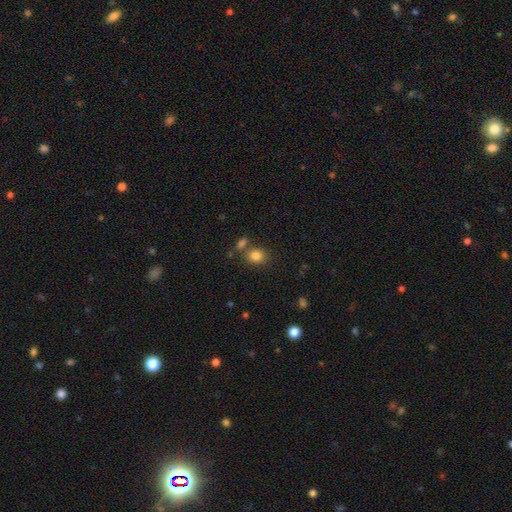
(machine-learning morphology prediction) A smooth galaxy with no disk features (84%) that is round (55%).

Vote fractions:
- Smooth or featured? smooth: 84% / star or artifact: 10% / featured or disk: 6%
- How rounded? round: 55% / in between: 44% / cigar-shaped: 1%
- Merging? none: 67% / merger: 17% / minor disturbance: 12% / major disturbance: 5%